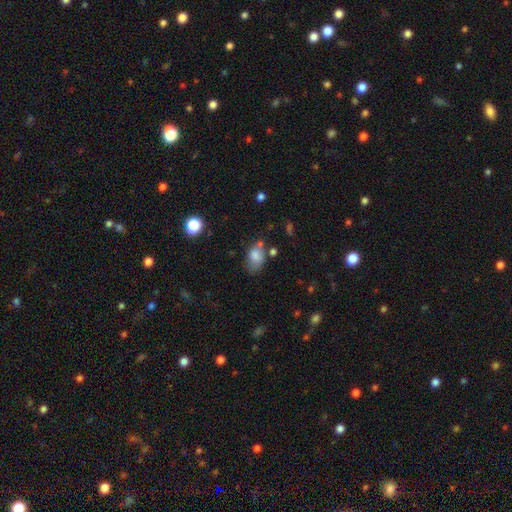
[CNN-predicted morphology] A smooth galaxy with no disk features (77%) that is in between round and cigar-shaped (84%).

Vote fractions:
- Smooth or featured? smooth: 77% / featured or disk: 13% / star or artifact: 10%
- How rounded? in between: 84% / round: 15% / cigar-shaped: 2%
- Merging? none: 47% / minor disturbance: 30% / major disturbance: 13% / merger: 10%